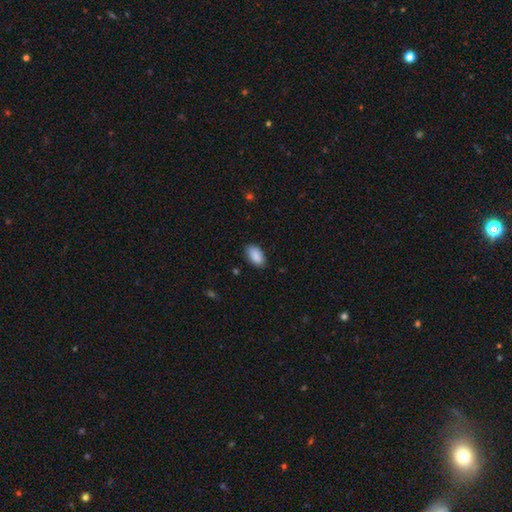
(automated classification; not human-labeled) Morphology: type=smooth (90%); roundness=in between (94%); merging=none (85%).